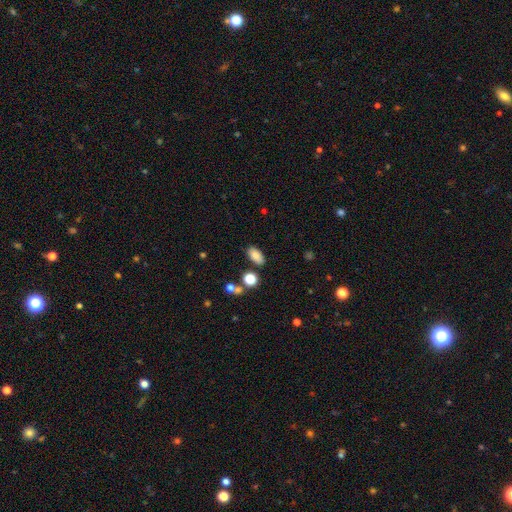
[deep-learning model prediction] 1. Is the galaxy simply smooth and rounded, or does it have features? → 83% smooth, 10% star or artifact, 6% featured or disk.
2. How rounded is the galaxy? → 91% in between, 5% round, 4% cigar-shaped.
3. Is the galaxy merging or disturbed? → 82% none, 10% minor disturbance, 5% merger, 3% major disturbance.